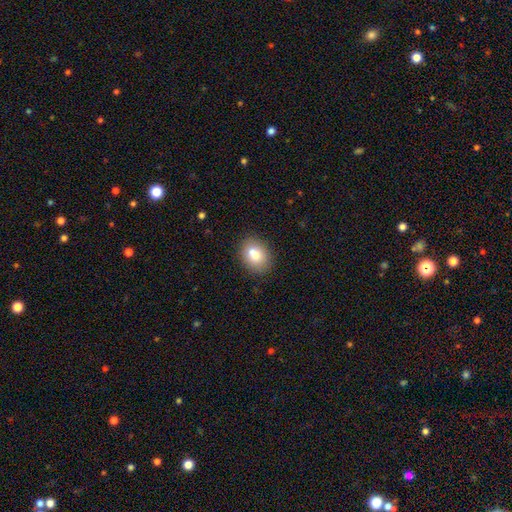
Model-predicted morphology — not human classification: This is likely a smooth galaxy (77%). How rounded: likely in between (64%). Merging: likely none (68%).